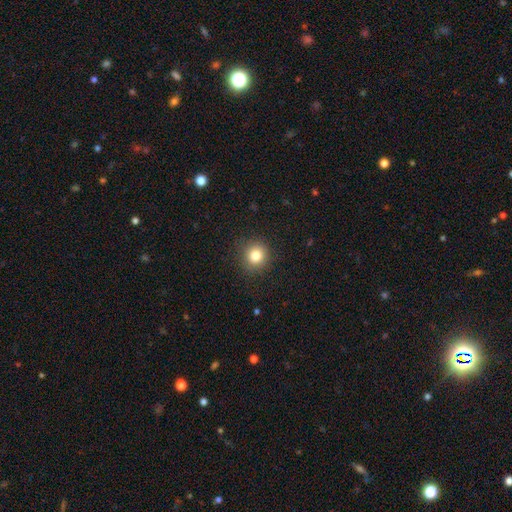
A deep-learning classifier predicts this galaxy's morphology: Q: Smooth or featured?
A: smooth (82%); runner-up: star or artifact (12%)
Q: How rounded?
A: round (91%); runner-up: in between (8%)
Q: Merging?
A: none (90%); runner-up: minor disturbance (7%)